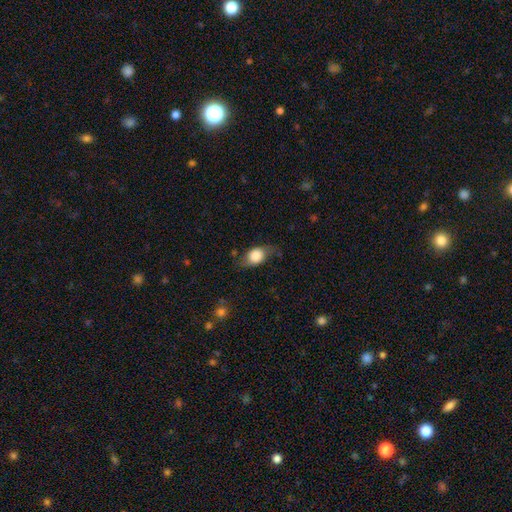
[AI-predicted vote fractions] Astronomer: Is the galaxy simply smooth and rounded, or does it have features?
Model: smooth — 70%.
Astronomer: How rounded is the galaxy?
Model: in between — 67%.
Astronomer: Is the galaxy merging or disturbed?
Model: none — 60%.